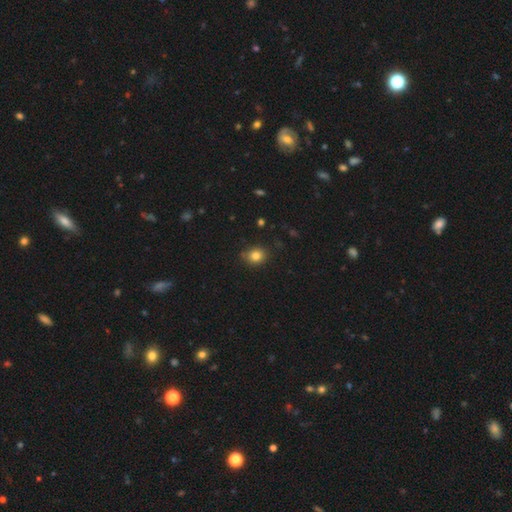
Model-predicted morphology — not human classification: smooth_or_featured: smooth (p=0.82) [alt: star or artifact p=0.12]
how_rounded: round (p=0.68) [alt: in between p=0.32]
merging: none (p=0.82) [alt: minor disturbance p=0.12]